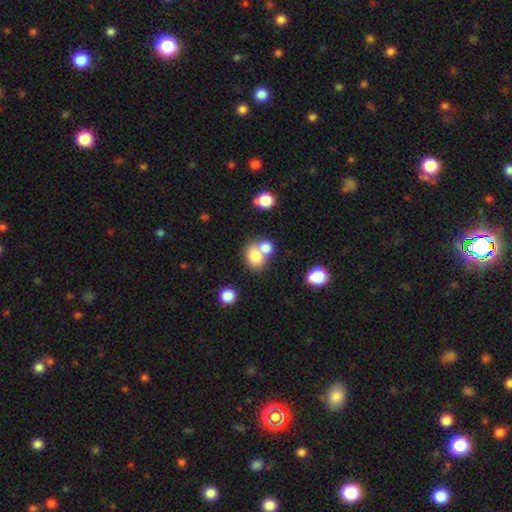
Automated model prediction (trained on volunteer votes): A smooth galaxy with no disk features (78%) that is in between round and cigar-shaped (50%). Merging: merger (50%).